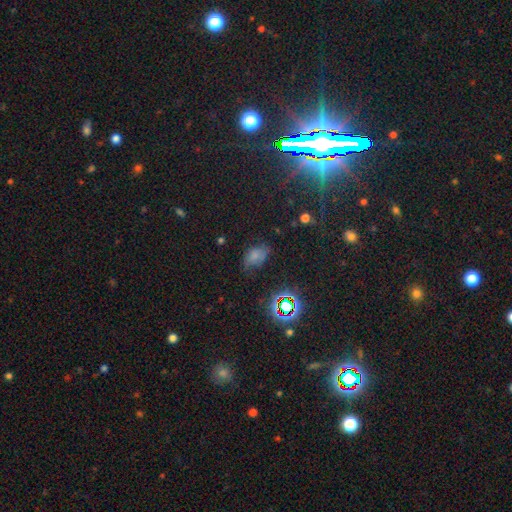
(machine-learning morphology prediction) smooth_or_featured: smooth (p=0.61) [alt: star or artifact p=0.26]
how_rounded: in between (p=0.86) [alt: round p=0.12]
merging: none (p=0.57) [alt: minor disturbance p=0.29]